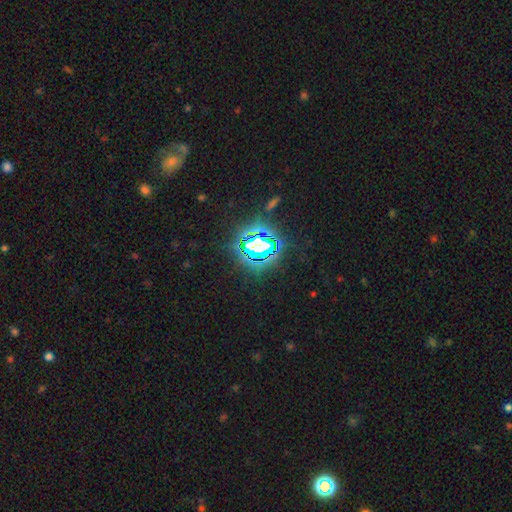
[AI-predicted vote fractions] smooth_or_featured: star or artifact (p=0.78) [alt: smooth p=0.12]